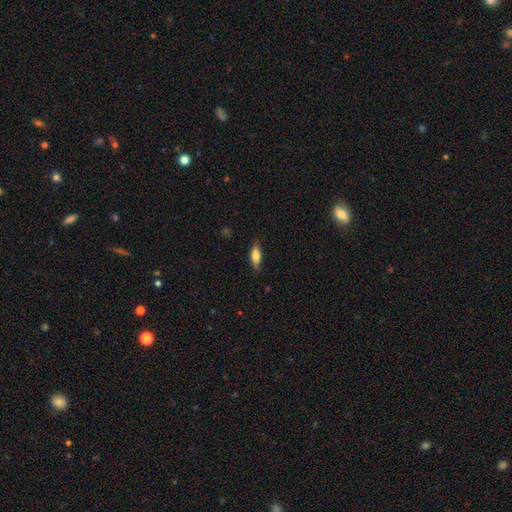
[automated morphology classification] This appears to be a smooth galaxy with no disk features (69%) that is in between round and cigar-shaped (58%). Merging: none (80%).